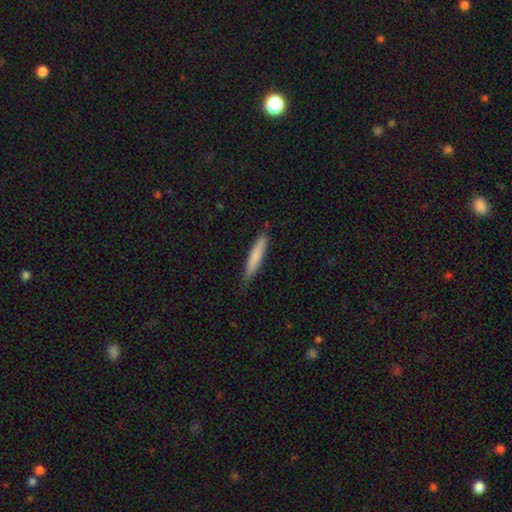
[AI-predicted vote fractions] smooth-or-featured: smooth: 78% | featured or disk: 16% | star or artifact: 6%
  how-rounded: cigar-shaped: 91% | in between: 8% | round: 1%
  merging: none: 76% | minor disturbance: 20% | major disturbance: 3% | merger: 1%